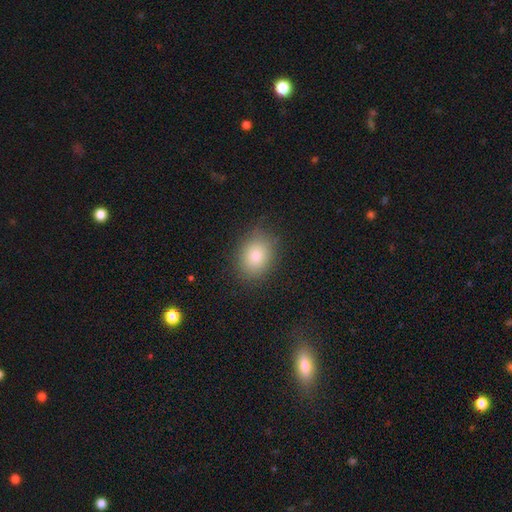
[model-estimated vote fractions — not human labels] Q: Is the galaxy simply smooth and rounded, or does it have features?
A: smooth — 83%.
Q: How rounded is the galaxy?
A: in between — 62%.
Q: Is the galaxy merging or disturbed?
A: none — 82%.